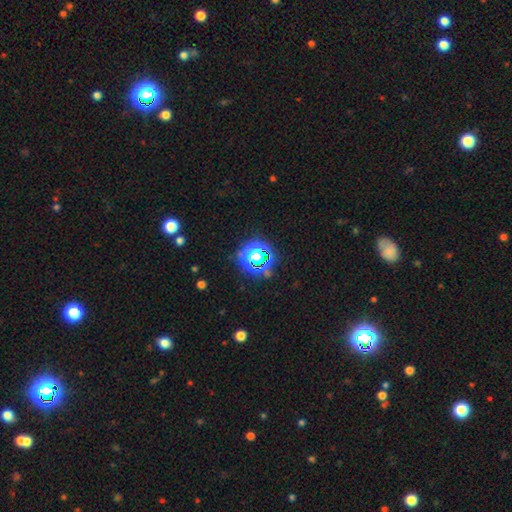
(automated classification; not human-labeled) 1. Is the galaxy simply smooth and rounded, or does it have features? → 58% star or artifact, 32% smooth, 10% featured or disk.